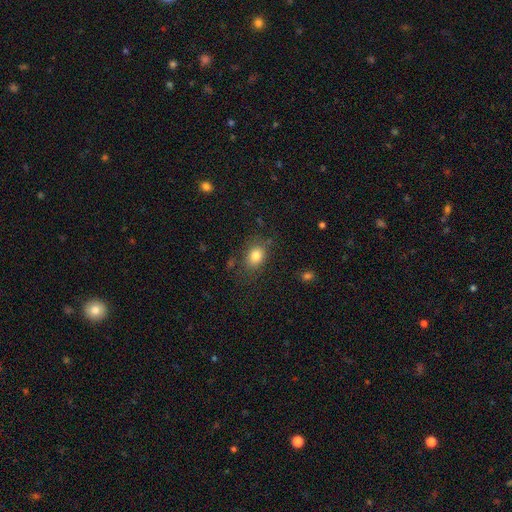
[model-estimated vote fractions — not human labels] Smooth or featured: smooth — 81% (star or artifact — 10%)
How rounded: in between — 66% (round — 33%)
Merging: none — 77% (minor disturbance — 16%)